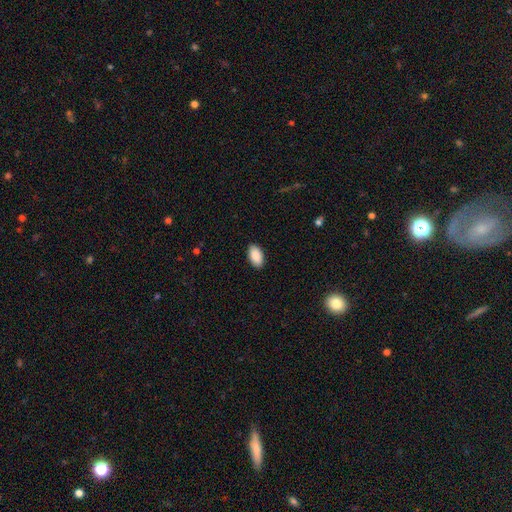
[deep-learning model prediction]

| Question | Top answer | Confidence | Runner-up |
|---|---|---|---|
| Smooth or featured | smooth | 90% | star or artifact (6%) |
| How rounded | in between | 95% | round (3%) |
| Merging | none | 90% | minor disturbance (8%) |